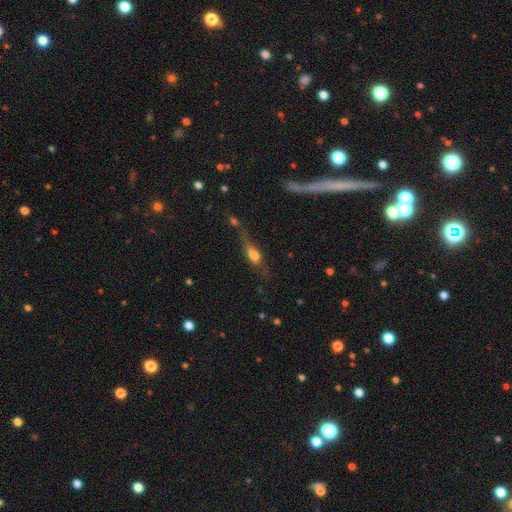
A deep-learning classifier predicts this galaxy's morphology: smooth 50%, featured or disk 38%, star or artifact 11%. Down the decision tree: how rounded — in between (49%); merging — none (43%).